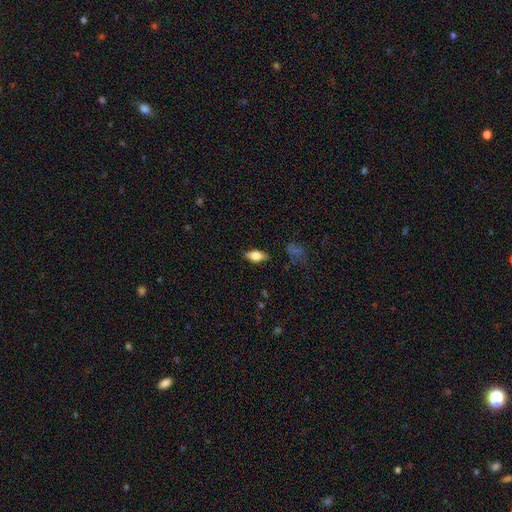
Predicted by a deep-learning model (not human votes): Morphology: type=smooth (69%); roundness=in between (83%); merging=none (84%).